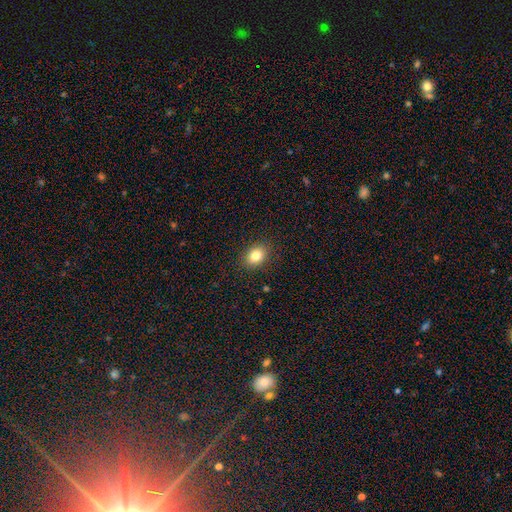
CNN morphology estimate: Smooth or featured: smooth — 82% (star or artifact — 9%)
How rounded: in between — 68% (round — 31%)
Merging: none — 89% (minor disturbance — 8%)